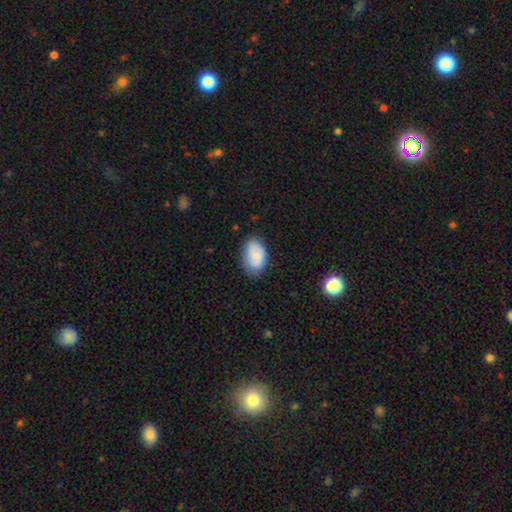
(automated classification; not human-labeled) Smooth or featured: smooth — 69% (featured or disk — 24%)
How rounded: in between — 89% (round — 9%)
Merging: none — 68% (minor disturbance — 24%)